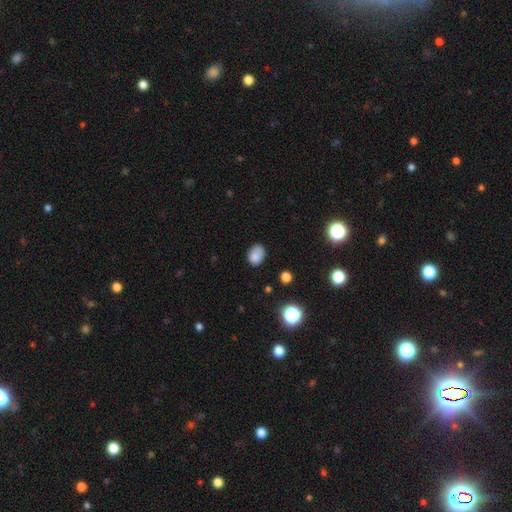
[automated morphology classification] Smooth or featured?
  - smooth: 80% *
  - star or artifact: 12%
  - featured or disk: 8%
How rounded?
  - in between: 64% *
  - round: 35%
  - cigar-shaped: 1%
Merging?
  - none: 67% *
  - minor disturbance: 24%
  - major disturbance: 6%
  - merger: 3%